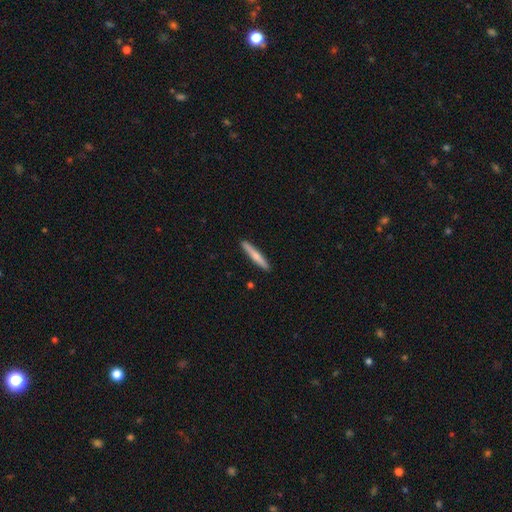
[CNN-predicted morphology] This appears to be a smooth galaxy with no disk features (65%) that is cigar-shaped (95%). Merging: none (90%).